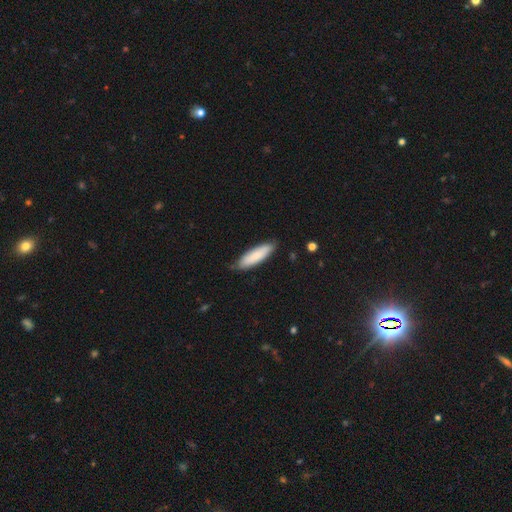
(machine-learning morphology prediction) type=smooth (83%); roundness=cigar-shaped (58%); merging=none (80%).